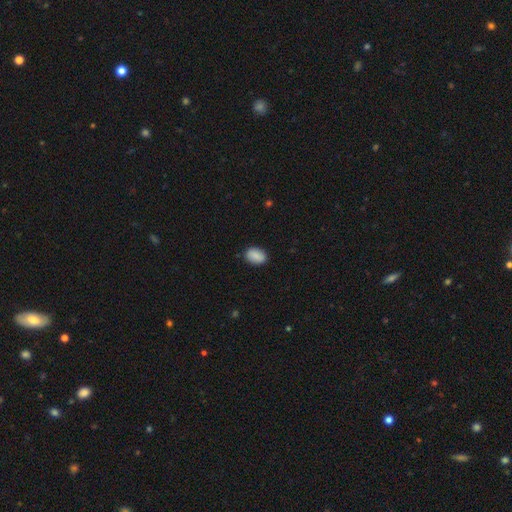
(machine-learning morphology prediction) smooth_or_featured: smooth (p=0.90) [alt: star or artifact p=0.07]
how_rounded: in between (p=0.85) [alt: round p=0.13]
merging: none (p=0.87) [alt: minor disturbance p=0.10]